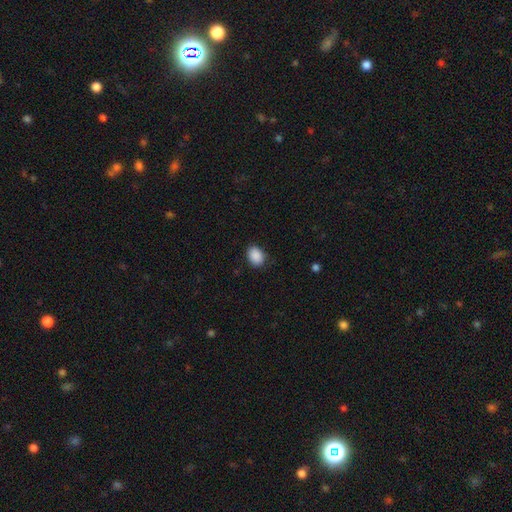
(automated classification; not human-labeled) A smooth galaxy with no disk features (89%) that is in between round and cigar-shaped (68%).

Vote fractions:
- Smooth or featured? smooth: 89% / star or artifact: 8% / featured or disk: 3%
- How rounded? in between: 68% / round: 31% / cigar-shaped: 1%
- Merging? none: 82% / minor disturbance: 14% / major disturbance: 3% / merger: 1%